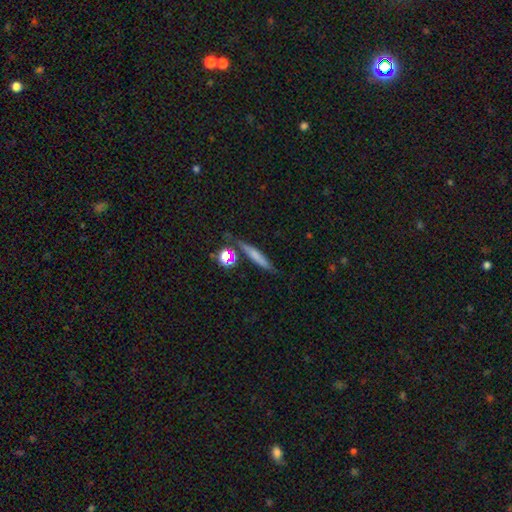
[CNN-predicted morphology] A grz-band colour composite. It shows a smooth galaxy with no disk features (62%) that is cigar-shaped (85%). Merging: none (74%).